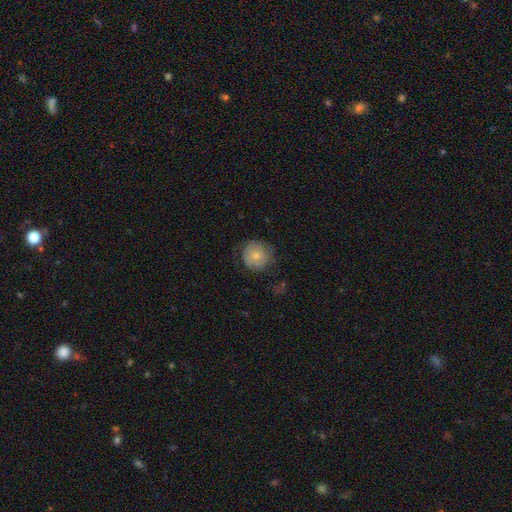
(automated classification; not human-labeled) Morphology: type=smooth (70%); roundness=round (92%); merging=none (68%).